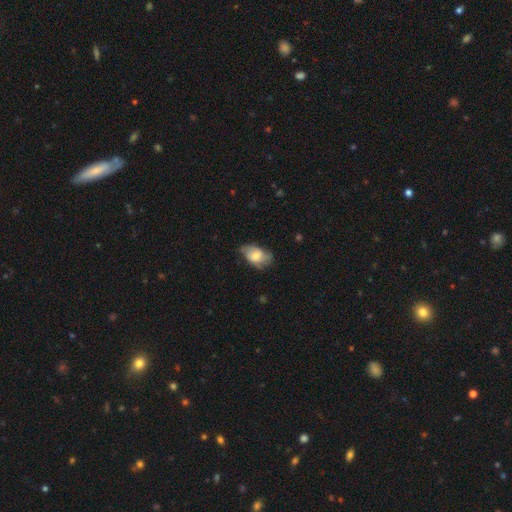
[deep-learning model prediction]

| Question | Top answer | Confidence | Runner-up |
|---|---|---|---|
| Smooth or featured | smooth | 61% | featured or disk (32%) |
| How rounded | in between | 88% | round (10%) |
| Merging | none | 51% | minor disturbance (34%) |